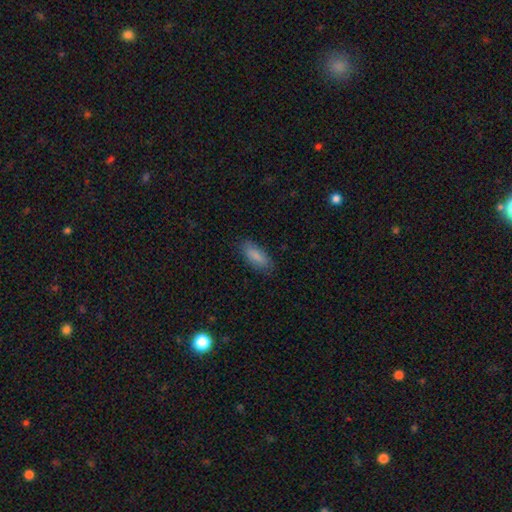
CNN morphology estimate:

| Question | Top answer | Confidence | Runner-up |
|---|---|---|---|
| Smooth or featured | smooth | 85% | featured or disk (9%) |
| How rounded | in between | 75% | cigar-shaped (23%) |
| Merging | none | 83% | minor disturbance (13%) |